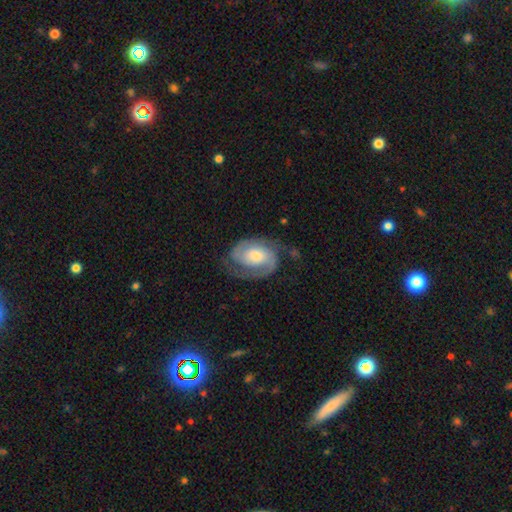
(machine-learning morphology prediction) Smooth or featured? featured or disk (83%)
Edge-on disk? no (98%)
Bar? no (62%)
Spiral arms? yes (96%)
Spiral winding? tight (44%)
Spiral arm count? 2 (85%)
Bulge size? moderate (47%)
Merging? none (68%)